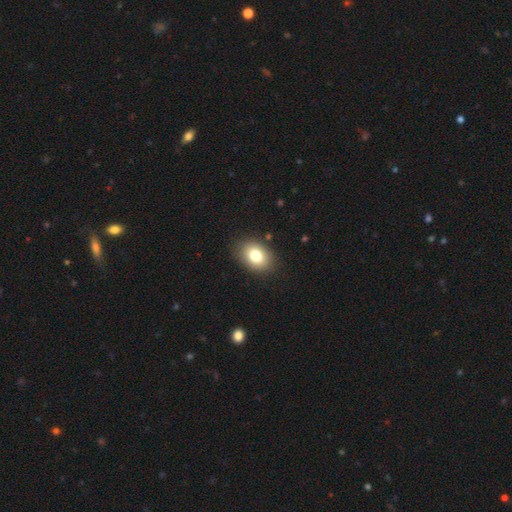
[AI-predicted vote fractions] smooth-or-featured: smooth: 80% | featured or disk: 11% | star or artifact: 9%
  how-rounded: in between: 75% | round: 24% | cigar-shaped: 1%
  merging: none: 87% | minor disturbance: 9% | major disturbance: 3% | merger: 1%